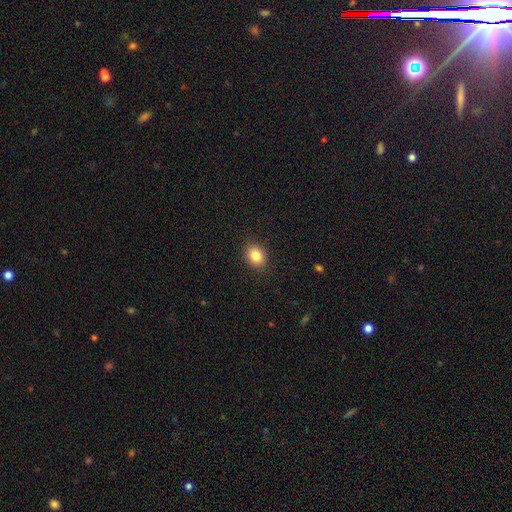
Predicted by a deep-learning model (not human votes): smooth-or-featured: smooth: 84% | star or artifact: 10% | featured or disk: 6%
  how-rounded: round: 58% | in between: 42% | cigar-shaped: 1%
  merging: none: 90% | minor disturbance: 7% | major disturbance: 2% | merger: 1%